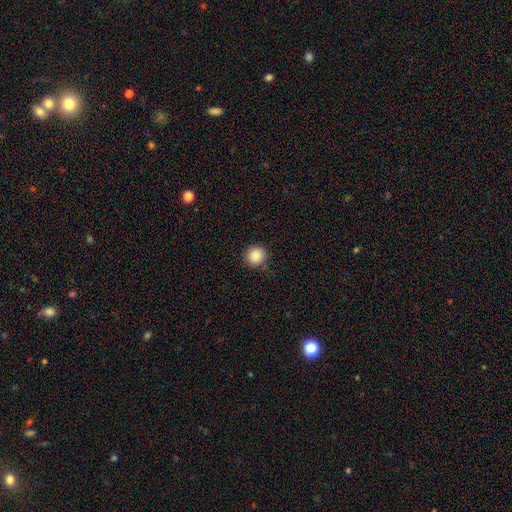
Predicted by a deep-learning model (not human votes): A smooth galaxy with no disk features (87%) that is round (93%). Merging: none (86%).